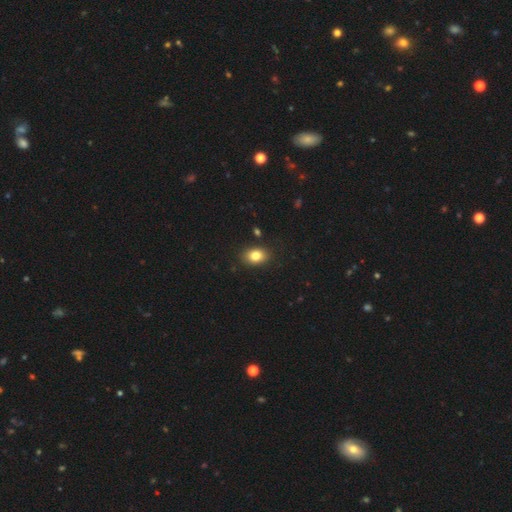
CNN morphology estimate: Smooth or featured? Predicted: smooth (p=0.82). How rounded? Predicted: in between (p=0.73). Merging? Predicted: none (p=0.88).